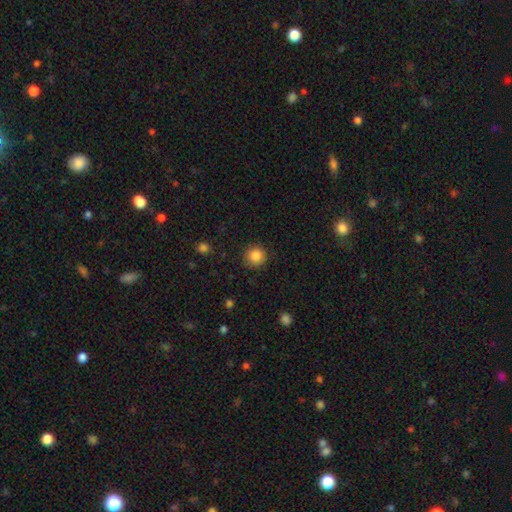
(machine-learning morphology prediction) smooth_or_featured: smooth (p=0.85) [alt: star or artifact p=0.10]
how_rounded: round (p=0.94) [alt: in between p=0.05]
merging: none (p=0.90) [alt: minor disturbance p=0.07]